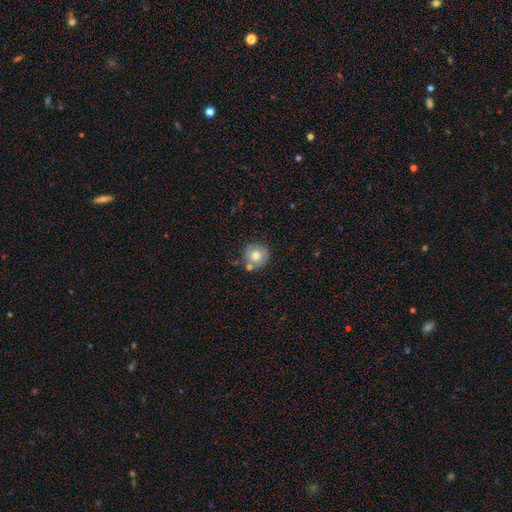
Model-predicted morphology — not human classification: Smooth or featured: smooth — 69% (featured or disk — 22%)
How rounded: round — 93% (in between — 6%)
Merging: none — 70% (minor disturbance — 14%)